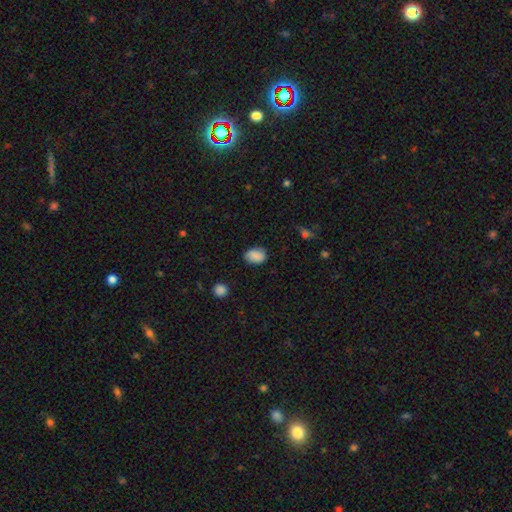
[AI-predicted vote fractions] Smooth or featured?
  - smooth: 86% *
  - star or artifact: 8%
  - featured or disk: 5%
How rounded?
  - in between: 73% *
  - round: 26%
  - cigar-shaped: 1%
Merging?
  - none: 77% *
  - minor disturbance: 18%
  - major disturbance: 3%
  - merger: 1%